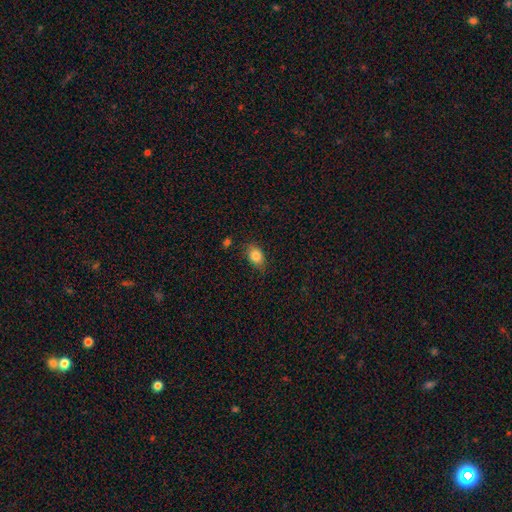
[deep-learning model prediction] Smooth or featured? Predicted: smooth (p=0.84). How rounded? Predicted: in between (p=0.79). Merging? Predicted: none (p=0.79).